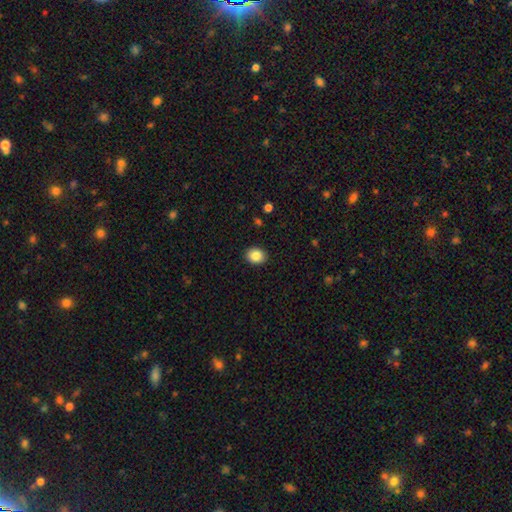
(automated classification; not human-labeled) This appears to be a smooth galaxy with no disk features (87%) that is round (59%). Merging: none (91%).